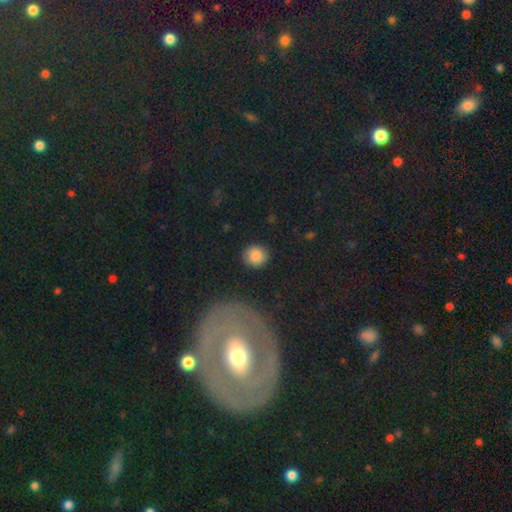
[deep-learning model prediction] Q: Smooth or featured?
A: smooth (85%); runner-up: star or artifact (9%)
Q: How rounded?
A: round (91%); runner-up: in between (8%)
Q: Merging?
A: none (89%); runner-up: minor disturbance (7%)